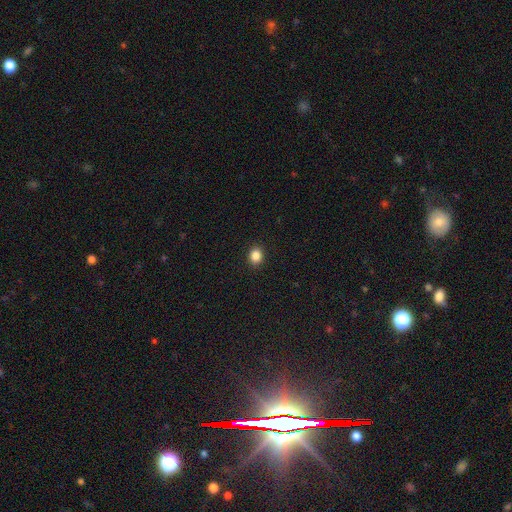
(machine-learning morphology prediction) smooth_or_featured: smooth (p=0.86) [alt: star or artifact p=0.11]
how_rounded: round (p=0.62) [alt: in between p=0.37]
merging: none (p=0.92) [alt: minor disturbance p=0.05]